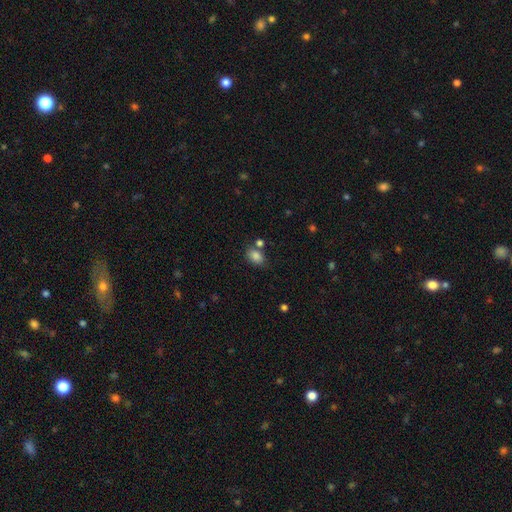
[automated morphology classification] The model was most divided on "merging": none: 67%, minor disturbance: 15%, merger: 14%, major disturbance: 4%. More confident: smooth or featured — smooth (84%); how rounded — in between (79%).